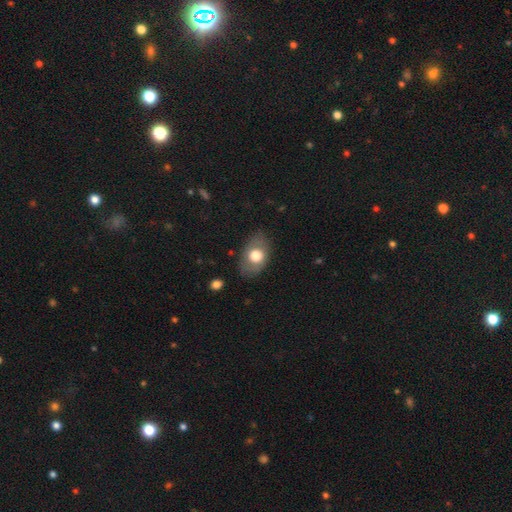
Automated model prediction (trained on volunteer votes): smooth 66%, featured or disk 27%, star or artifact 7%. Down the decision tree: how rounded — in between (82%); merging — none (77%).